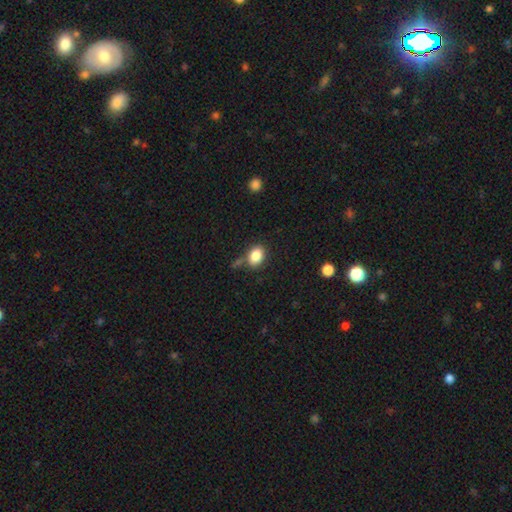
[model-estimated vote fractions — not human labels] smooth 85%, star or artifact 9%, featured or disk 6%. Down the decision tree: how rounded — in between (76%); merging — none (69%).